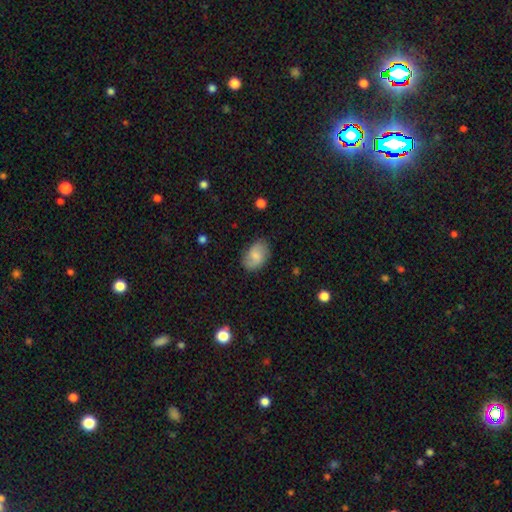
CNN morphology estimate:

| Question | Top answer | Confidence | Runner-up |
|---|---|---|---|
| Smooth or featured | smooth | 66% | featured or disk (27%) |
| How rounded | in between | 84% | round (15%) |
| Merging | none | 77% | minor disturbance (17%) |